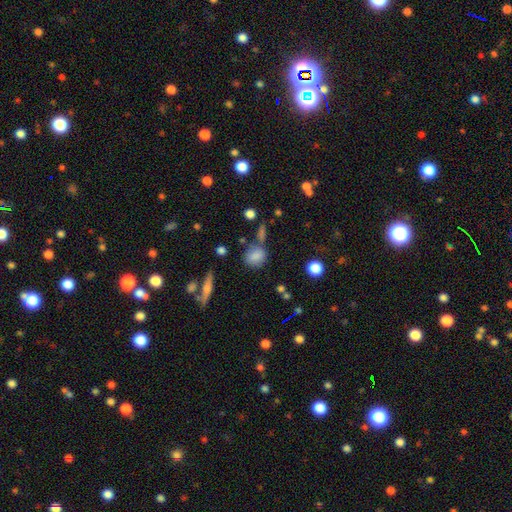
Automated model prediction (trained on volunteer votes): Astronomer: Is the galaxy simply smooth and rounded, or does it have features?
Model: smooth — 81%.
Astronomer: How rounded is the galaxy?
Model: round — 63%.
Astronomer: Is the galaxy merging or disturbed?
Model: none — 64%.